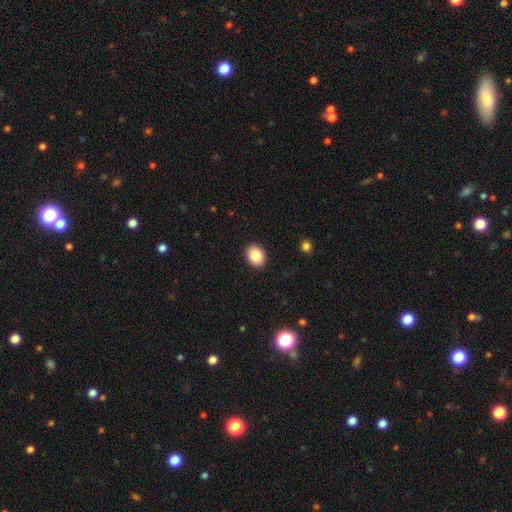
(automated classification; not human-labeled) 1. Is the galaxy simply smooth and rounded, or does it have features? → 86% smooth, 8% star or artifact, 6% featured or disk.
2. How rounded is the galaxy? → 62% in between, 37% round, 1% cigar-shaped.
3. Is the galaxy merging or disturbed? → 91% none, 6% minor disturbance, 2% major disturbance, 1% merger.